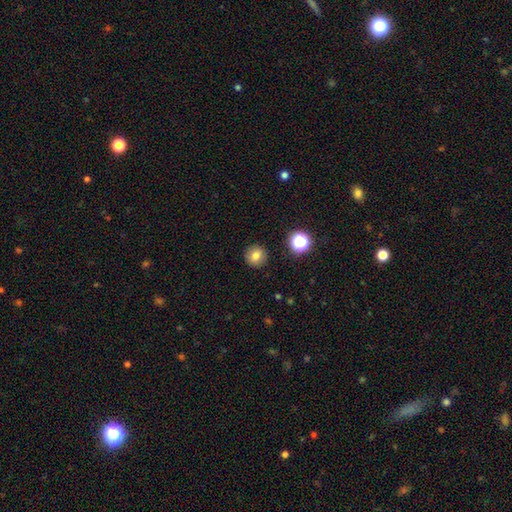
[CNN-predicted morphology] Smooth or featured? Predicted: smooth (p=0.78). How rounded? Predicted: round (p=0.93). Merging? Predicted: none (p=0.91).